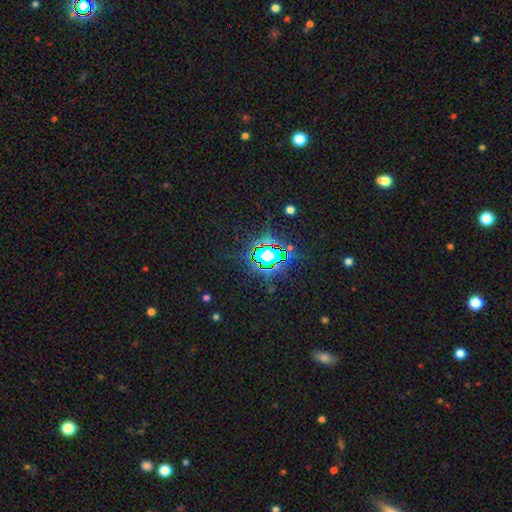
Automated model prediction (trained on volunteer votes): A star or artifact, not a galaxy (83%).